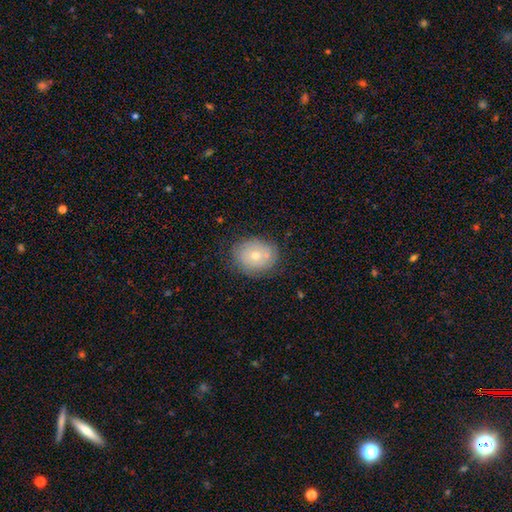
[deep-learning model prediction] smooth-or-featured: smooth: 64% | featured or disk: 28% | star or artifact: 8%
  how-rounded: round: 60% | in between: 39% | cigar-shaped: 1%
  merging: none: 72% | minor disturbance: 18% | merger: 5% | major disturbance: 5%